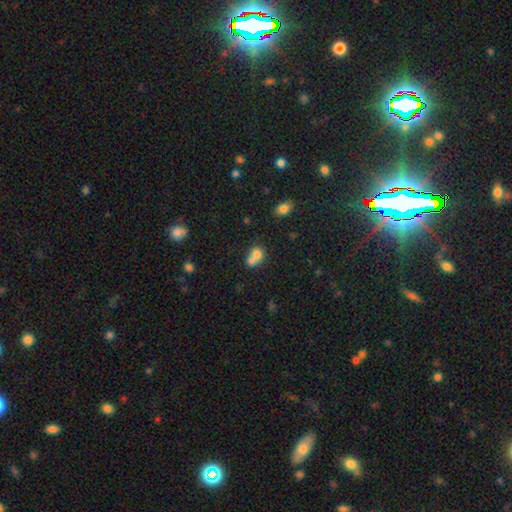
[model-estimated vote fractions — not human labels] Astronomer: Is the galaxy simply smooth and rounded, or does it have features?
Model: smooth — 73%.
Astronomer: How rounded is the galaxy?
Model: round — 66%.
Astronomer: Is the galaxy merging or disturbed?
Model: merger — 67%.